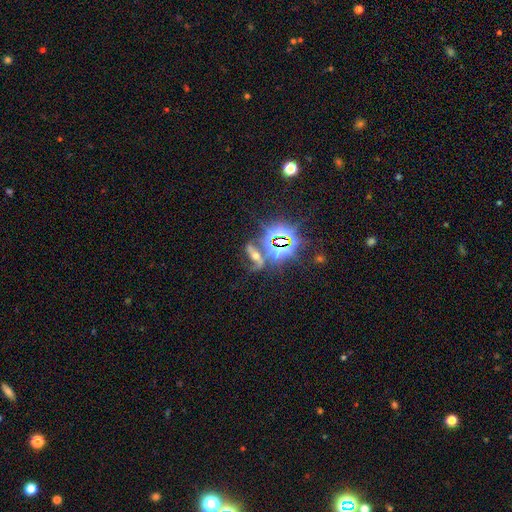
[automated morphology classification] This appears to be a featured or disk galaxy (42%). Merging: none (57%).